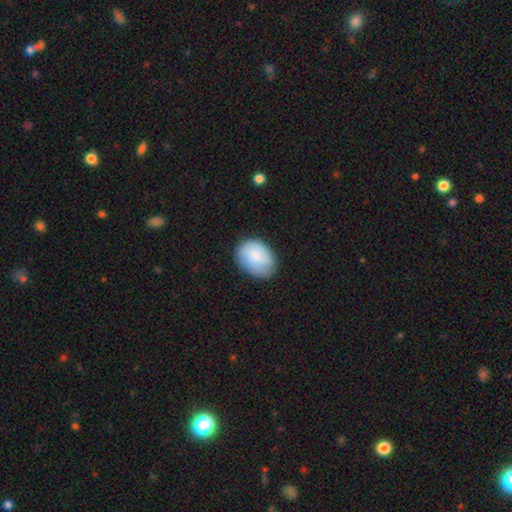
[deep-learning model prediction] This appears to be a smooth galaxy with no disk features (84%) that is in between round and cigar-shaped (72%). Merging: none (75%).